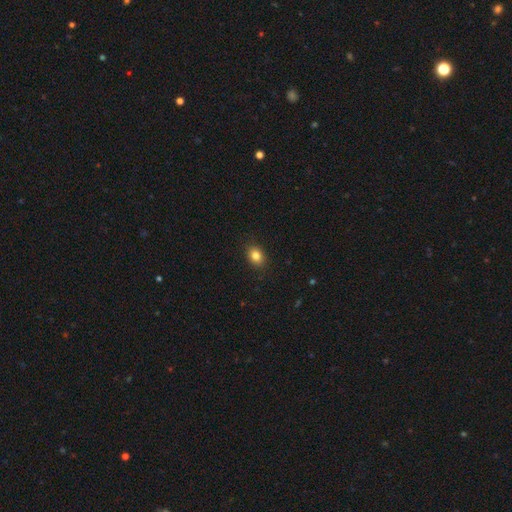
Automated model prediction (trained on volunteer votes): Smooth or featured: smooth — 83% (star or artifact — 10%)
How rounded: in between — 65% (round — 34%)
Merging: none — 88% (minor disturbance — 9%)